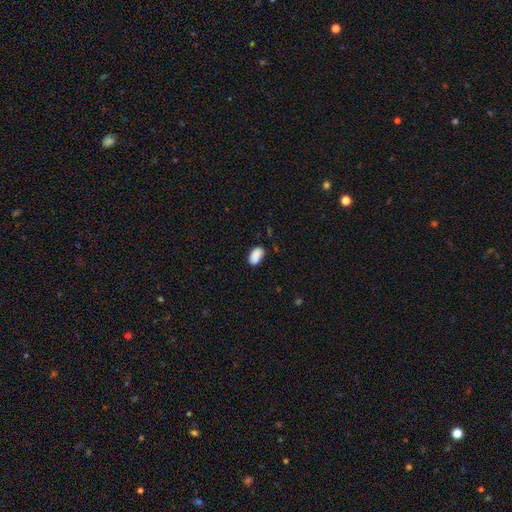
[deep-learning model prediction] smooth-or-featured: smooth: 89% | star or artifact: 7% | featured or disk: 4%
  how-rounded: in between: 93% | round: 6% | cigar-shaped: 1%
  merging: none: 78% | minor disturbance: 17% | major disturbance: 3% | merger: 2%